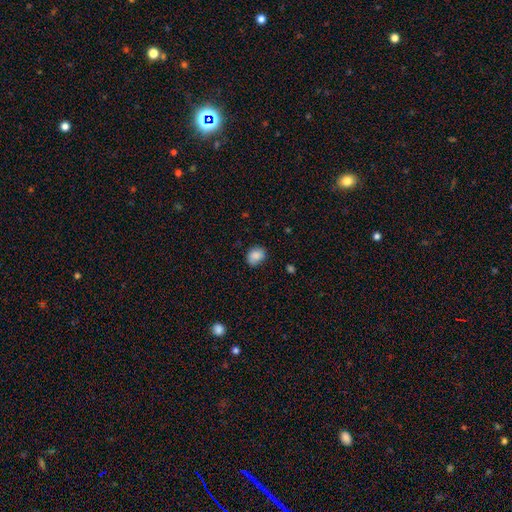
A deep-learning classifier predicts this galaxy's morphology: A smooth galaxy with no disk features (86%) that is in between round and cigar-shaped (50%, tied with round).

Vote fractions:
- Smooth or featured? smooth: 86% / star or artifact: 8% / featured or disk: 6%
- How rounded? in between: 50% (tied) / round: 50% (tied) / cigar-shaped: 1%
- Merging? none: 72% / minor disturbance: 22% / major disturbance: 4% / merger: 2%